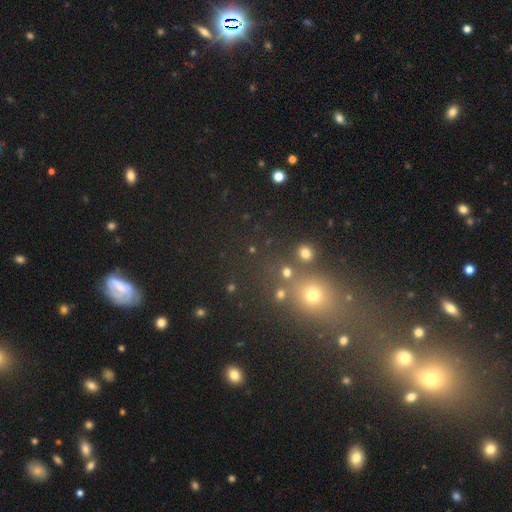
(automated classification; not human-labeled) Q: Smooth or featured?
A: star or artifact (48%); runner-up: smooth (41%)